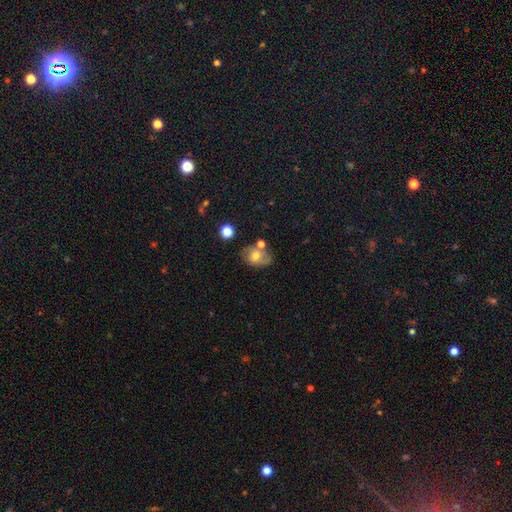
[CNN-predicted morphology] smooth 55%, featured or disk 33%, star or artifact 11%. Down the decision tree: how rounded — in between (61%); merging — none (55%).